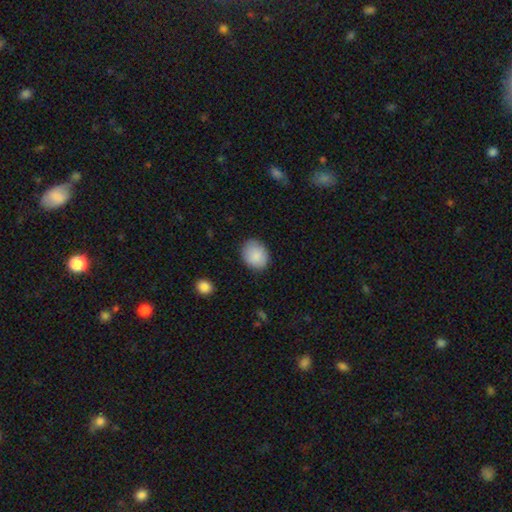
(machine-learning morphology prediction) Smooth or featured? smooth (88%)
How rounded? round (52%)
Merging? none (84%)